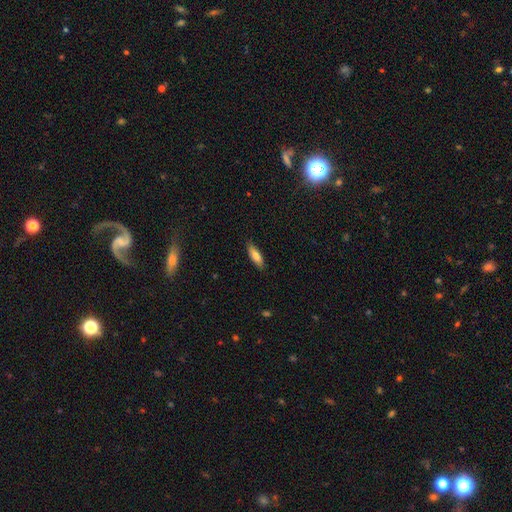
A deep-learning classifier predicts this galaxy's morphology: Smooth or featured? Predicted: smooth (p=0.79). How rounded? Predicted: in between (p=0.51). Merging? Predicted: none (p=0.84).